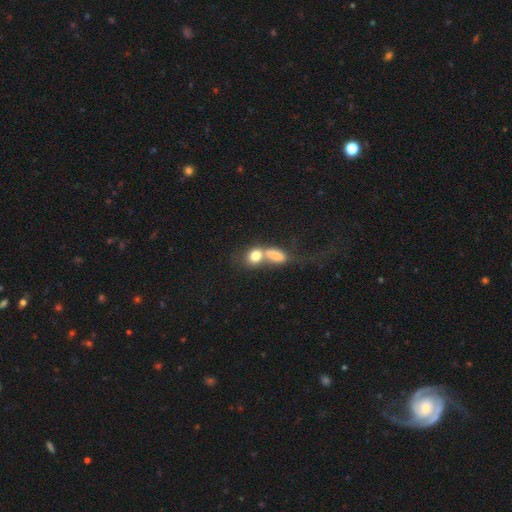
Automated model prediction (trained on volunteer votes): This is likely a smooth galaxy (76%). How rounded: possibly in between (56%). Merging: likely merger (68%).